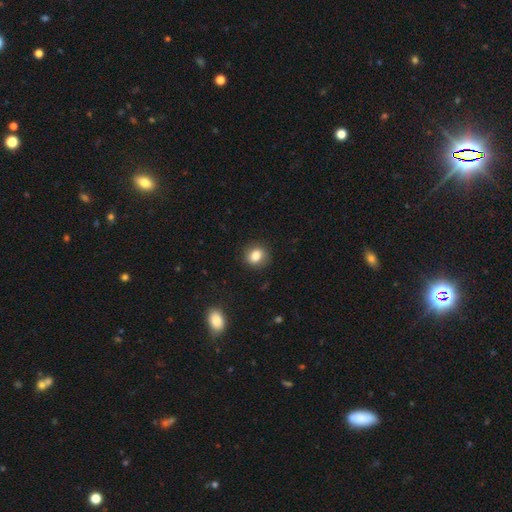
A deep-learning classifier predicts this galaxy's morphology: A smooth galaxy with no disk features (82%) that is round (61%). Merging: none (86%).